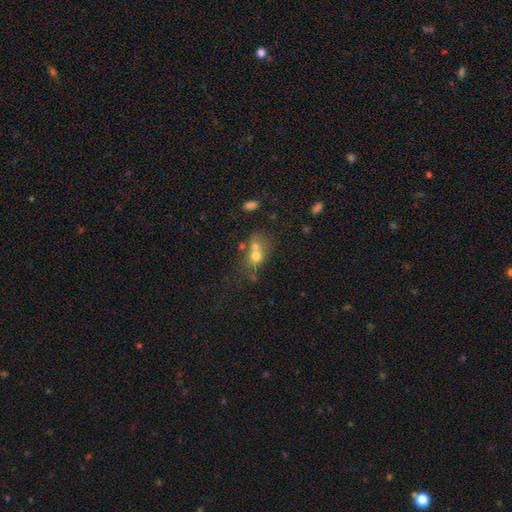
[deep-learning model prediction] Smooth or featured?
  - smooth: 65% *
  - featured or disk: 22%
  - star or artifact: 14%
How rounded?
  - round: 53% *
  - in between: 45%
  - cigar-shaped: 2%
Merging?
  - merger: 57% *
  - none: 28%
  - minor disturbance: 9%
  - major disturbance: 6%